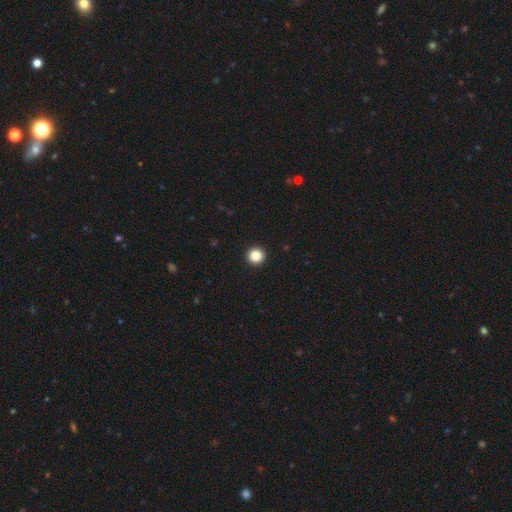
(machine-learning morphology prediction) Smooth or featured? smooth (86%)
How rounded? round (96%)
Merging? none (94%)